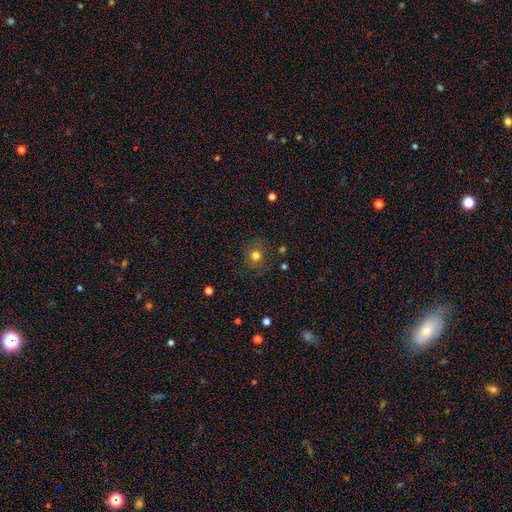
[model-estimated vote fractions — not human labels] Overall: smooth (74%). How rounded: round (84%). Merging: none (84%).